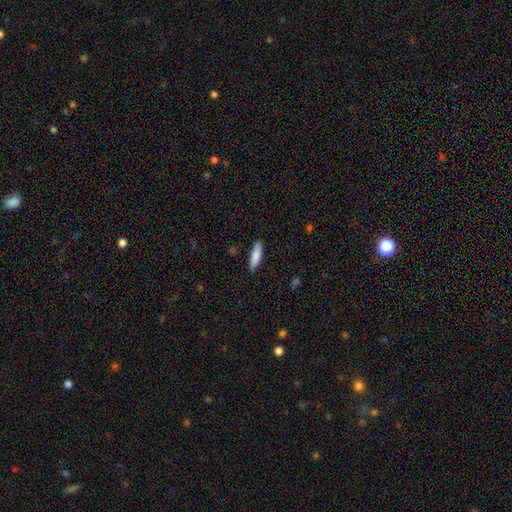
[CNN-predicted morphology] smooth_or_featured: smooth (p=0.84) [alt: featured or disk p=0.10]
how_rounded: cigar-shaped (p=0.70) [alt: in between p=0.28]
merging: none (p=0.86) [alt: minor disturbance p=0.11]